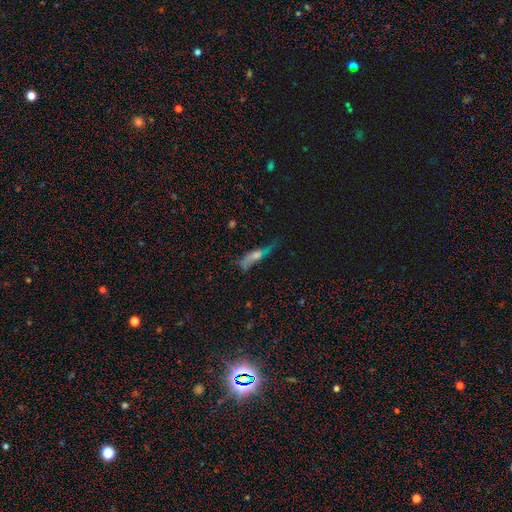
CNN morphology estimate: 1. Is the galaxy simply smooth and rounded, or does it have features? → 45% smooth, 42% featured or disk, 13% star or artifact.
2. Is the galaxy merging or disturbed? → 39% none, 28% minor disturbance, 25% major disturbance, 7% merger.